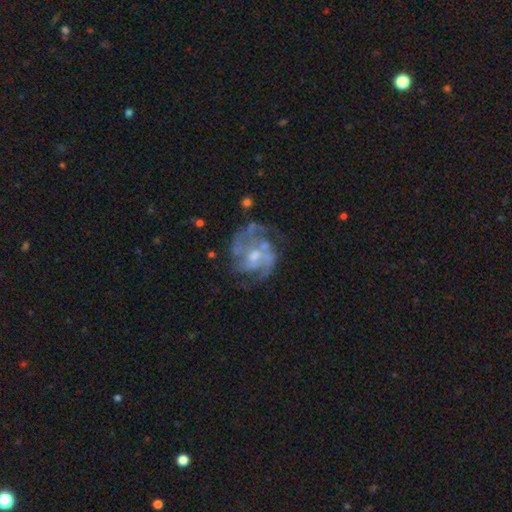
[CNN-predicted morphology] Smooth or featured? featured or disk (84%)
Edge-on disk? no (98%)
Bar? no (55%)
Spiral arms? yes (88%)
Spiral winding? medium (50%)
Spiral arm count? 2 (37%)
Bulge size? moderate (47%)
Merging? none (58%)